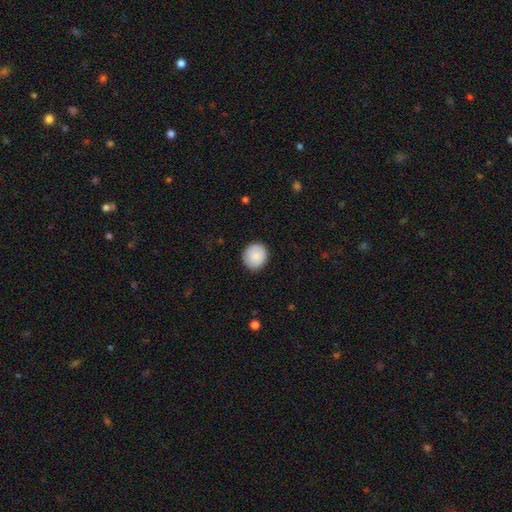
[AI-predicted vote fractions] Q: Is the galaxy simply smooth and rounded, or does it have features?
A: smooth — 87%.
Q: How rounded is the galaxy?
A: round — 83%.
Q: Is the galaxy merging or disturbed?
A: none — 89%.